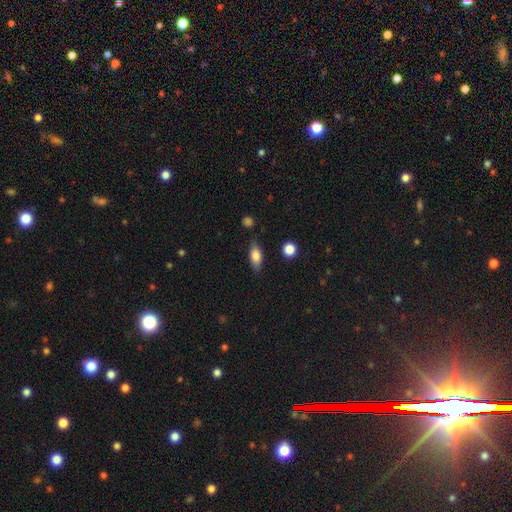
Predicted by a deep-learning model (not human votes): The model was most divided on "merging": none: 78%, minor disturbance: 16%, major disturbance: 4%, merger: 2%. More confident: how rounded — in between (79%); smooth or featured — smooth (78%).